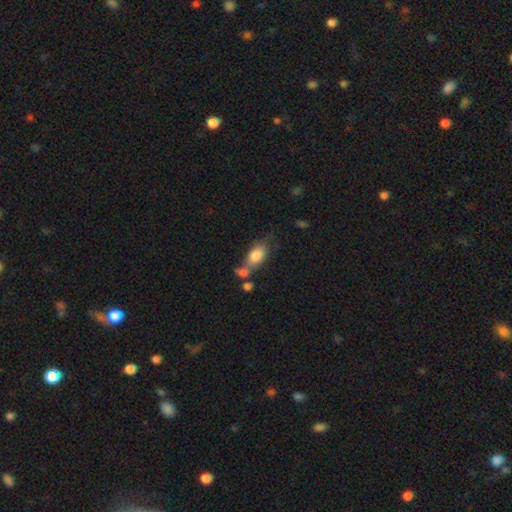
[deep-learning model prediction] Morphology: type=smooth (80%); roundness=in between (86%); merging=none (41%).